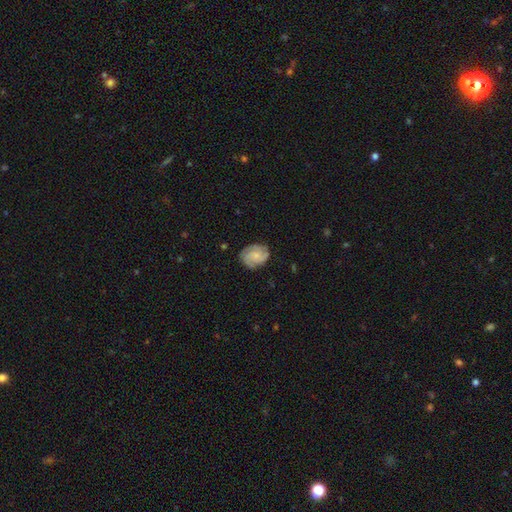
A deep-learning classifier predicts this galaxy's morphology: type=featured or disk (70%); edge-on=no (98%); bar=no (72%); spiral arms=yes (95%); winding=tight (54%); arm count=3 (50%); bulge=small (59%); merging=none (77%).